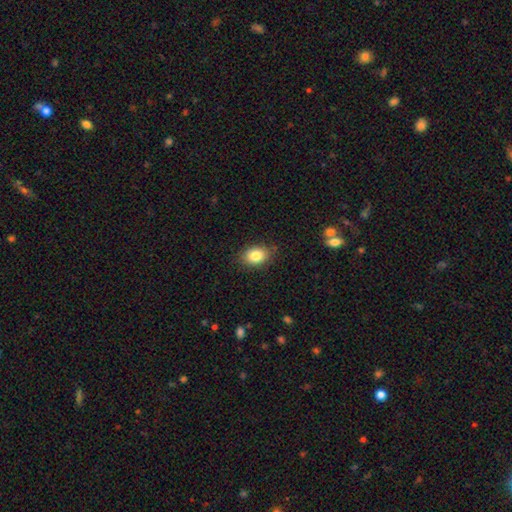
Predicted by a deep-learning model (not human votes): Q: Smooth or featured?
A: smooth (84%); runner-up: star or artifact (8%)
Q: How rounded?
A: in between (81%); runner-up: round (18%)
Q: Merging?
A: none (84%); runner-up: minor disturbance (13%)